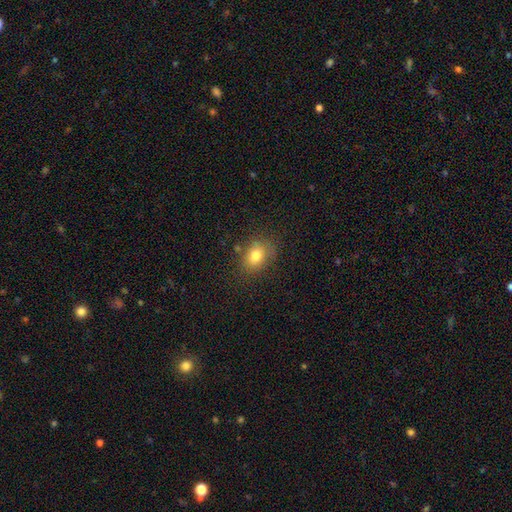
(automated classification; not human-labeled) Smooth or featured? Predicted: smooth (p=0.79). How rounded? Predicted: in between (p=0.60). Merging? Predicted: none (p=0.74).